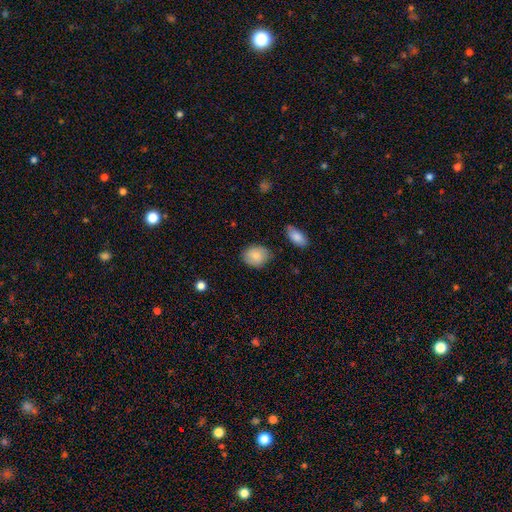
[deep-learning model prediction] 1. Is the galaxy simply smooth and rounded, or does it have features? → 85% smooth, 9% featured or disk, 7% star or artifact.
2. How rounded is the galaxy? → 59% in between, 40% round, 1% cigar-shaped.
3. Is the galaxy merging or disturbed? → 78% none, 17% minor disturbance, 3% major disturbance, 2% merger.